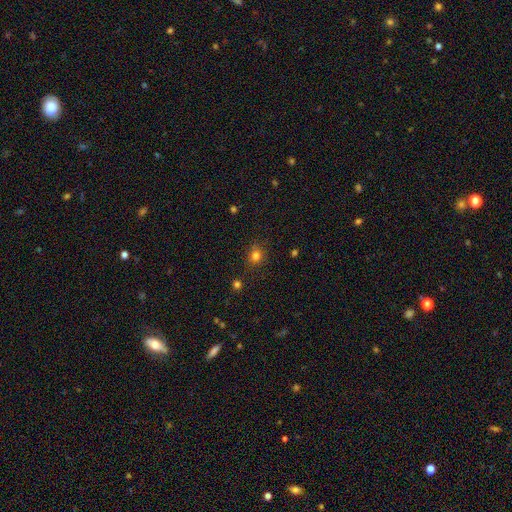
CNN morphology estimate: type=smooth (78%); roundness=round (79%); merging=none (83%).